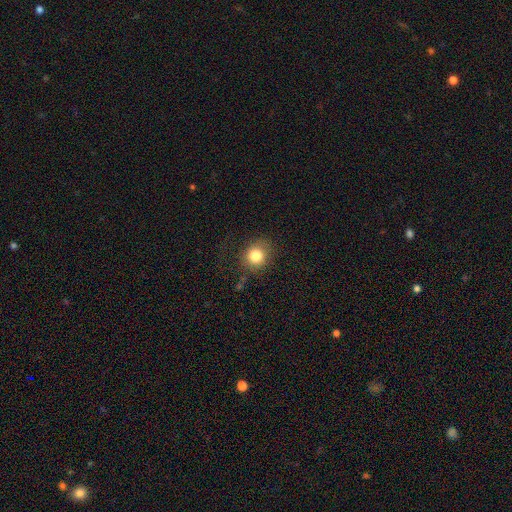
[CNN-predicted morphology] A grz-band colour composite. It shows a smooth galaxy with no disk features (82%) that is round (81%). Merging: none (78%).